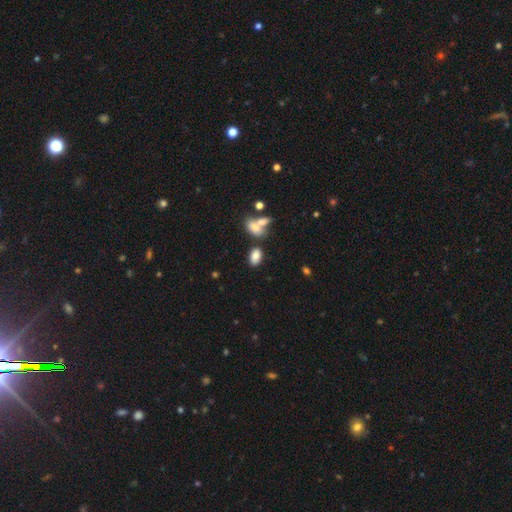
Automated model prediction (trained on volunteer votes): A smooth galaxy with no disk features (80%) that is in between round and cigar-shaped (90%).

Vote fractions:
- Smooth or featured? smooth: 80% / star or artifact: 10% / featured or disk: 10%
- How rounded? in between: 90% / round: 8% / cigar-shaped: 2%
- Merging? none: 60% / merger: 22% / minor disturbance: 13% / major disturbance: 5%